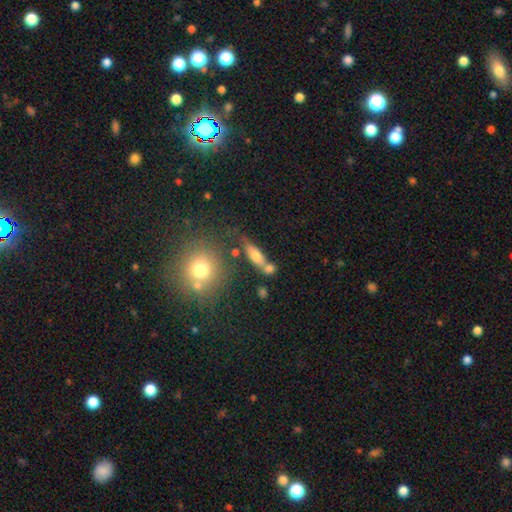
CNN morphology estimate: The model was most divided on "how rounded": in between: 55%, cigar-shaped: 37%, round: 8%. More confident: smooth or featured — smooth (63%); merging — none (55%).